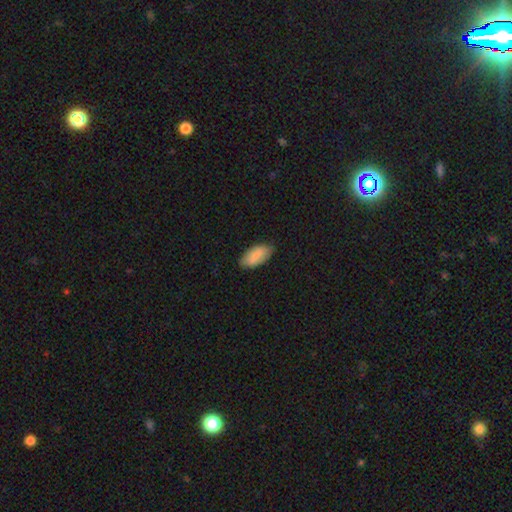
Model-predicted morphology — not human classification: A smooth galaxy with no disk features (81%) that is in between round and cigar-shaped (92%). Merging: none (78%).